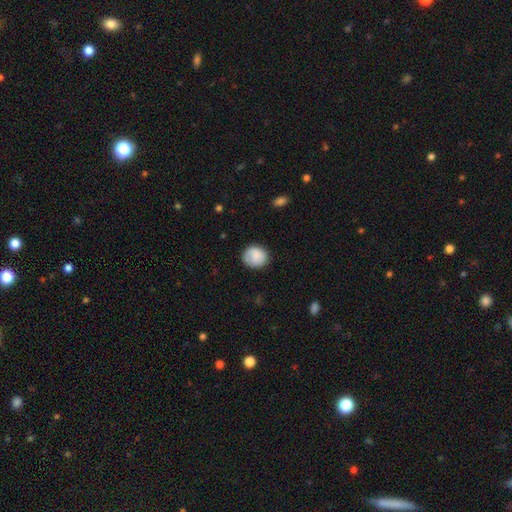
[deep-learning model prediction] smooth-or-featured: smooth: 85% | featured or disk: 8% | star or artifact: 7%
  how-rounded: round: 73% | in between: 27% | cigar-shaped: 1%
  merging: none: 80% | minor disturbance: 15% | major disturbance: 4% | merger: 1%